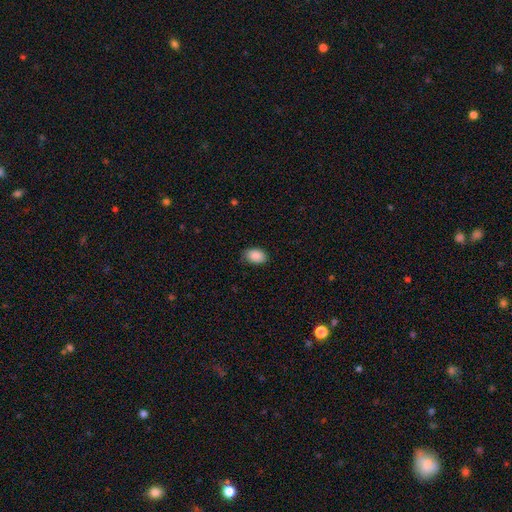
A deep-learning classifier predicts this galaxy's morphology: A smooth galaxy with no disk features (89%) that is in between round and cigar-shaped (86%).

Vote fractions:
- Smooth or featured? smooth: 89% / star or artifact: 7% / featured or disk: 3%
- How rounded? in between: 86% / round: 13% / cigar-shaped: 1%
- Merging? none: 81% / minor disturbance: 15% / major disturbance: 3% / merger: 1%